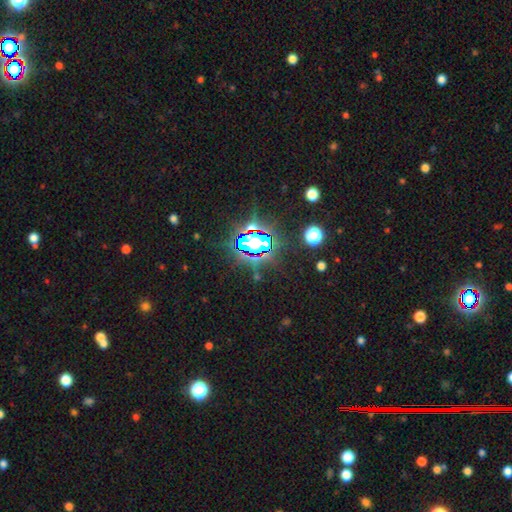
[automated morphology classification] Smooth or featured? star or artifact (83%)